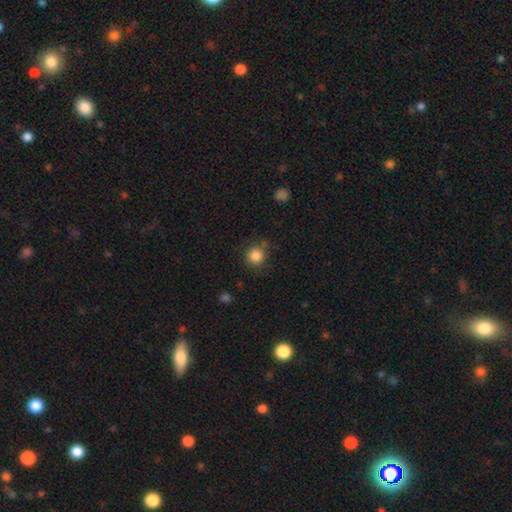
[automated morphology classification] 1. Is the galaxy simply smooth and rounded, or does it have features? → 85% smooth, 10% star or artifact, 4% featured or disk.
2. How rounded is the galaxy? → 92% round, 7% in between, 1% cigar-shaped.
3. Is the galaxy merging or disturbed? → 79% none, 13% minor disturbance, 4% major disturbance, 4% merger.